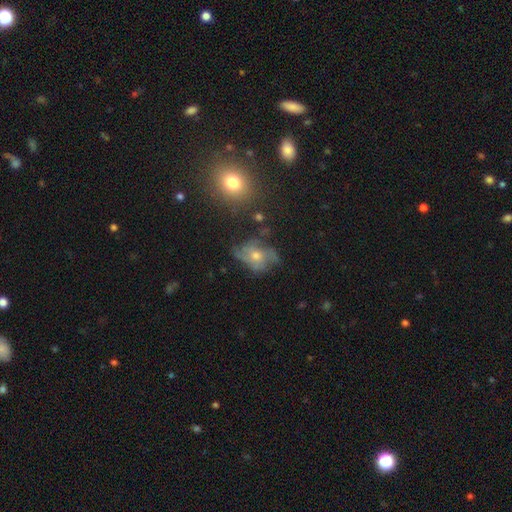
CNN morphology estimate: smooth-or-featured: featured or disk: 60% | smooth: 24% | star or artifact: 16%
  disk-edge-on: no: 96% | yes: 4%
    bar: no: 78% | weak: 18% | strong: 3%
    has-spiral-arms: yes: 76% | no: 24%
    bulge-size: moderate: 57% | small: 34% | large: 5% | none: 3% | dominant: 1%
  merging: none: 56% | minor disturbance: 23% | major disturbance: 18% | merger: 3%